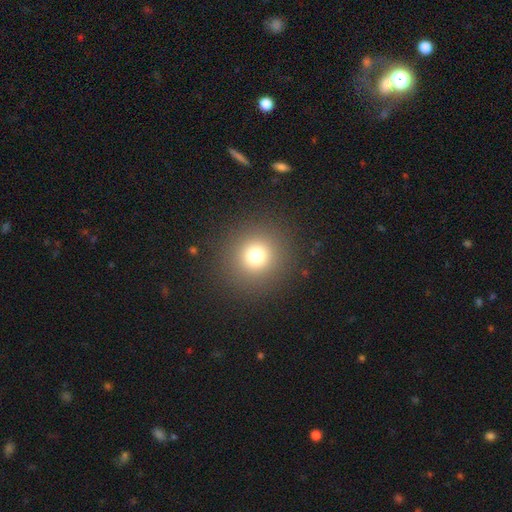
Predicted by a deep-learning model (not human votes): Morphology: type=smooth (73%); roundness=round (94%); merging=none (90%).